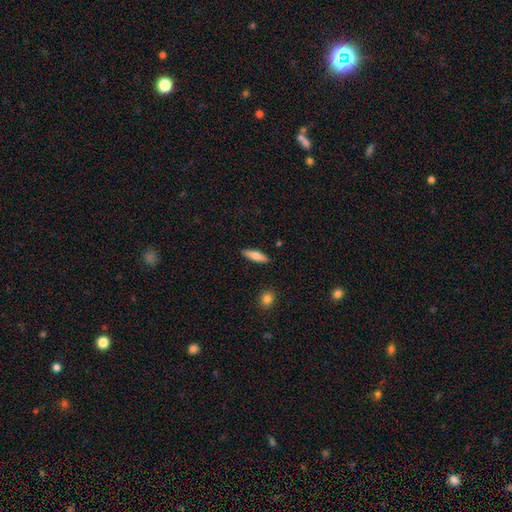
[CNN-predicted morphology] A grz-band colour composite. It shows a smooth galaxy with no disk features (73%) that is cigar-shaped (61%). Merging: none (89%).